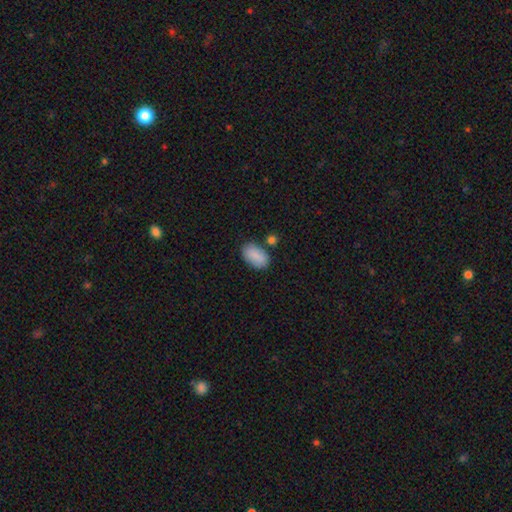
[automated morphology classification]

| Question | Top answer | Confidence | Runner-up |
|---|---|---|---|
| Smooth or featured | smooth | 88% | star or artifact (7%) |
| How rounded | in between | 93% | round (5%) |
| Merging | none | 75% | minor disturbance (14%) |